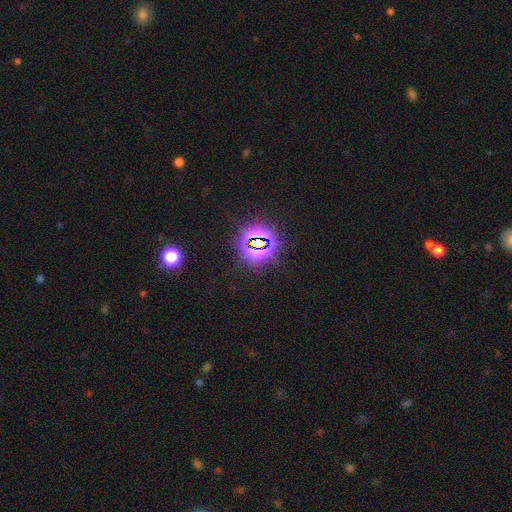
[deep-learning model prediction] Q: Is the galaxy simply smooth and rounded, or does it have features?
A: star or artifact — 78%.